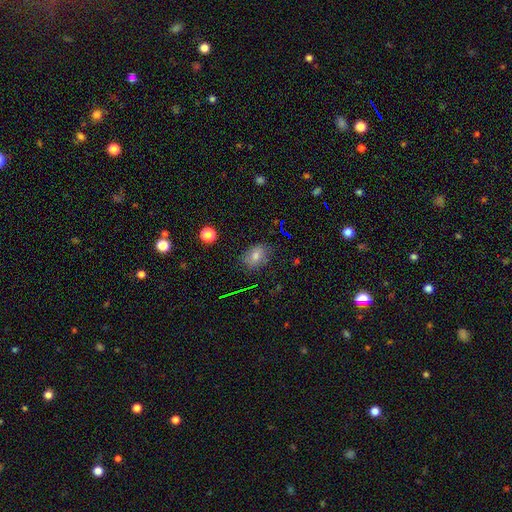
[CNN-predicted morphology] smooth-or-featured: smooth: 73% | star or artifact: 16% | featured or disk: 11%
  how-rounded: in between: 69% | round: 30% | cigar-shaped: 2%
  merging: none: 78% | minor disturbance: 16% | major disturbance: 4% | merger: 2%